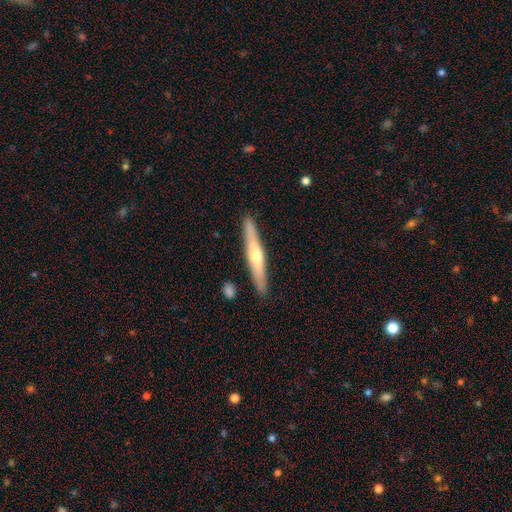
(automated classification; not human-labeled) Q: Smooth or featured?
A: featured or disk (59%); runner-up: smooth (36%)
Q: Edge-on disk?
A: yes (95%); runner-up: no (5%)
Q: Edge-on bulge?
A: rounded (83%); runner-up: none (13%)
Q: Merging?
A: none (90%); runner-up: minor disturbance (7%)